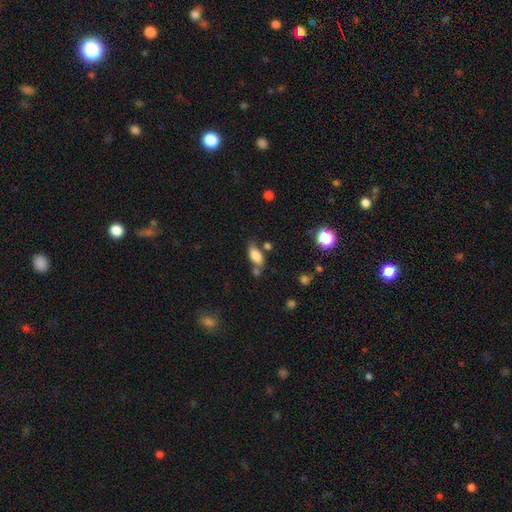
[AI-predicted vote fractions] This appears to be a smooth galaxy with no disk features (81%) that is in between round and cigar-shaped (86%). Merging: none (61%).